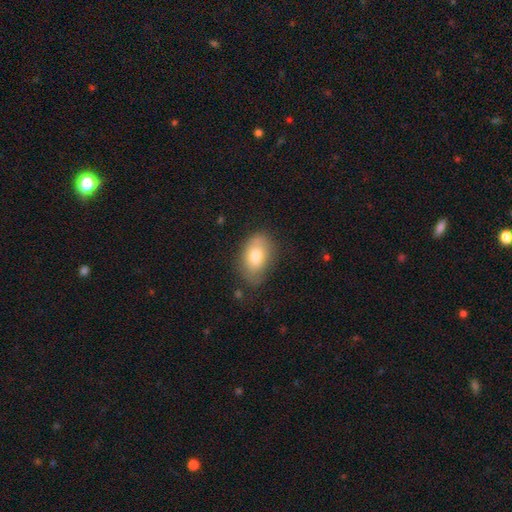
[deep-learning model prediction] Morphology: type=smooth (74%); roundness=in between (87%); merging=none (67%).